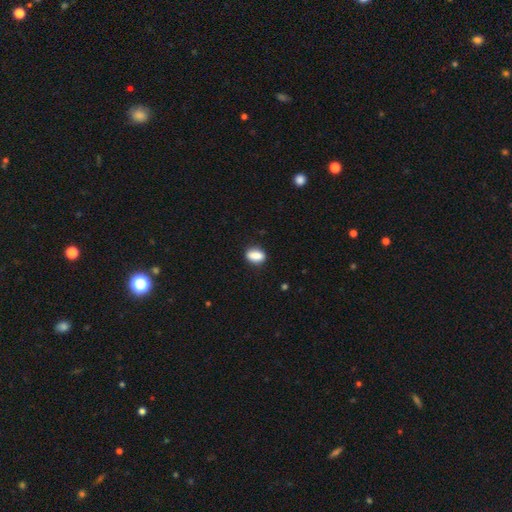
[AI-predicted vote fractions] Smooth or featured? Predicted: smooth (p=0.87). How rounded? Predicted: in between (p=0.81). Merging? Predicted: none (p=0.83).